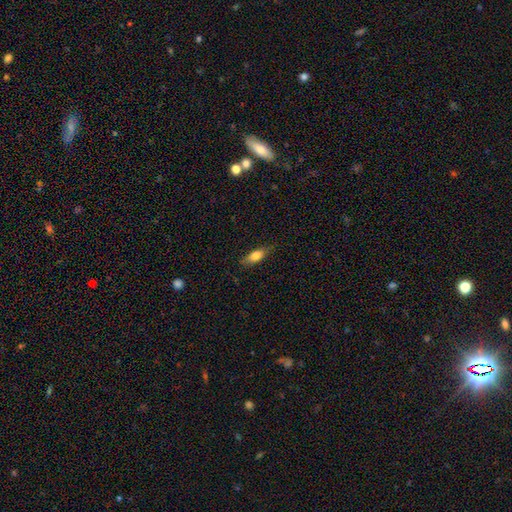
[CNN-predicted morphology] smooth 75%, featured or disk 18%, star or artifact 7%. Down the decision tree: how rounded — in between (68%); merging — none (77%).